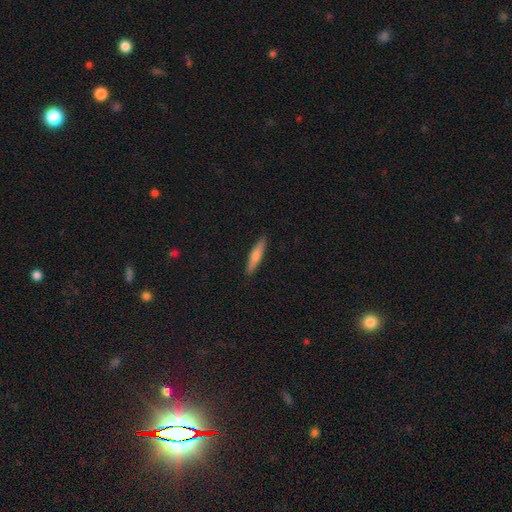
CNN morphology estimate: smooth-or-featured: smooth: 69% | featured or disk: 25% | star or artifact: 5%
  how-rounded: cigar-shaped: 87% | in between: 11% | round: 2%
  merging: none: 91% | minor disturbance: 7% | major disturbance: 2% | merger: 1%